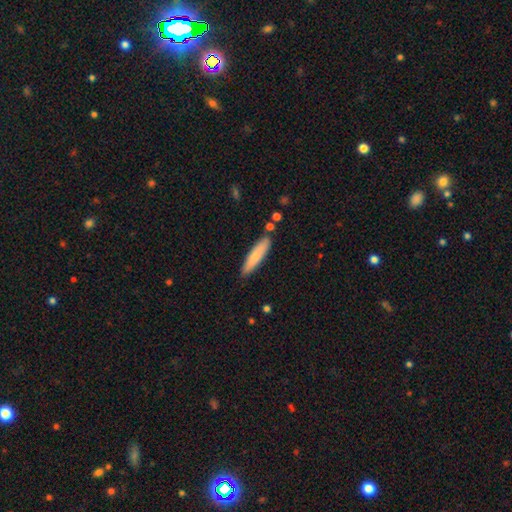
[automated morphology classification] type=smooth (76%); roundness=cigar-shaped (81%); merging=none (84%).